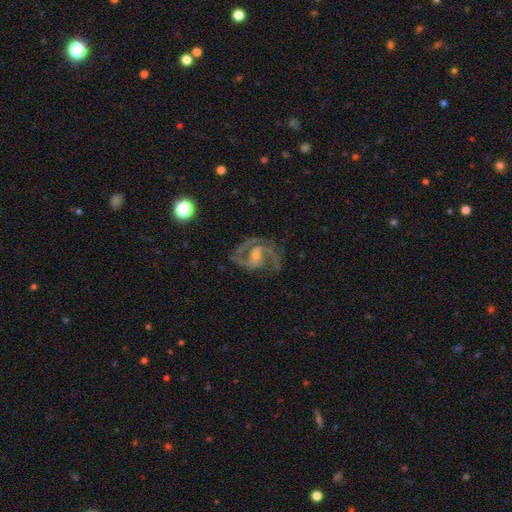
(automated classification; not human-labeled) Smooth or featured? Predicted: featured or disk (p=0.89). Edge-on disk? Predicted: no (p=0.98). Bar? Predicted: weak (p=0.46). Spiral arms? Predicted: yes (p=0.98). Spiral winding? Predicted: medium (p=0.57). Spiral arm count? Predicted: 2 (p=0.81). Bulge size? Predicted: small (p=0.58). Merging? Predicted: none (p=0.74).